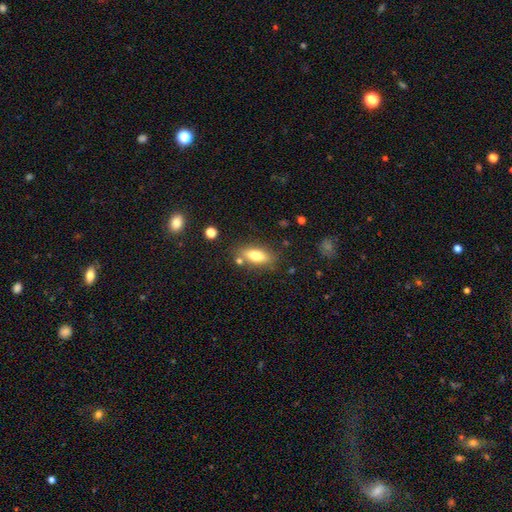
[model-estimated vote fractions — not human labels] The model was most divided on "smooth or featured": smooth: 75%, featured or disk: 17%, star or artifact: 8%. More confident: how rounded — in between (78%); merging — none (76%).